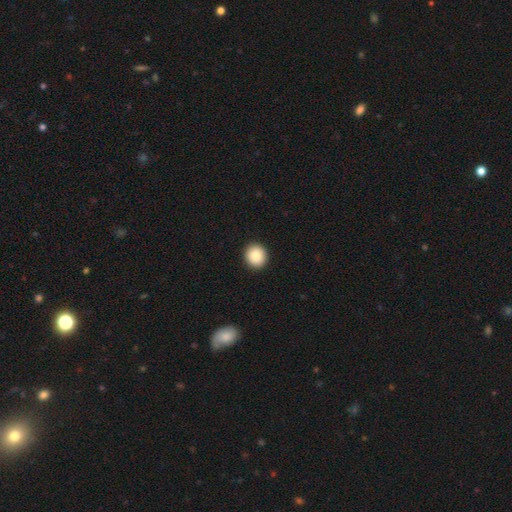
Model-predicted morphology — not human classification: A smooth galaxy with no disk features (87%) that is round (87%).

Vote fractions:
- Smooth or featured? smooth: 87% / star or artifact: 8% / featured or disk: 5%
- How rounded? round: 87% / in between: 12% / cigar-shaped: 1%
- Merging? none: 93% / minor disturbance: 5% / major disturbance: 1% / merger: 1%